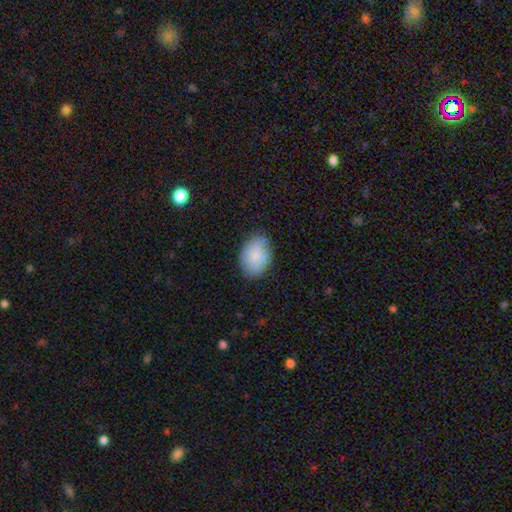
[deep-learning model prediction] smooth-or-featured: smooth: 80% | featured or disk: 13% | star or artifact: 7%
  how-rounded: in between: 80% | round: 19% | cigar-shaped: 1%
  merging: none: 78% | minor disturbance: 17% | major disturbance: 4% | merger: 1%